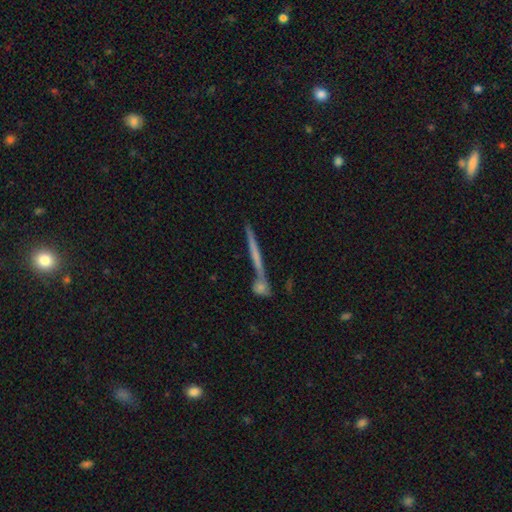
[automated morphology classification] featured or disk 54%, smooth 37%, star or artifact 10%. Down the decision tree: edge-on disk — yes (94%); edge-on bulge — none (77%); merging — none (67%).